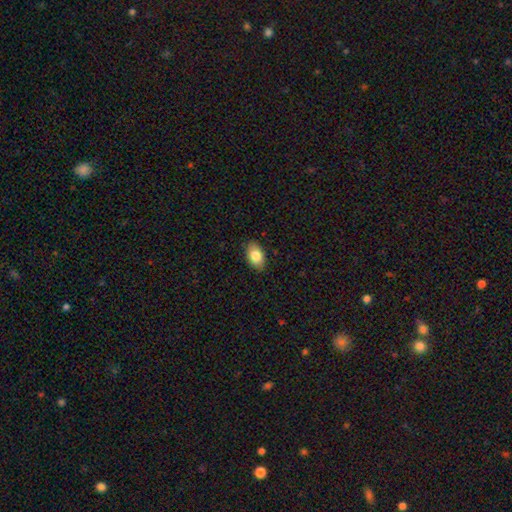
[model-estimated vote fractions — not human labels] Smooth or featured? Predicted: smooth (p=0.82). How rounded? Predicted: in between (p=0.89). Merging? Predicted: none (p=0.88).